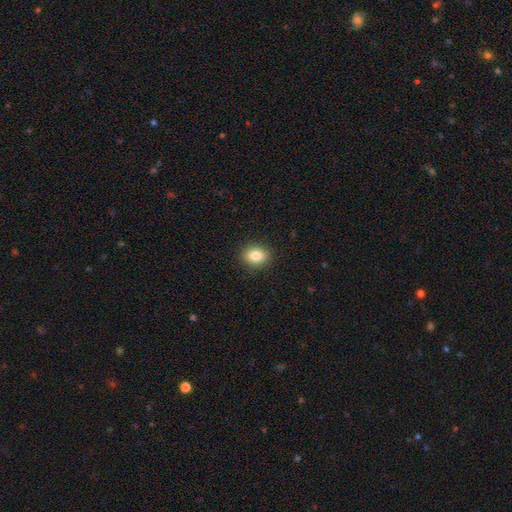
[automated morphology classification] This is clearly a smooth galaxy (83%). How rounded: possibly round (52%). Merging: clearly none (90%).